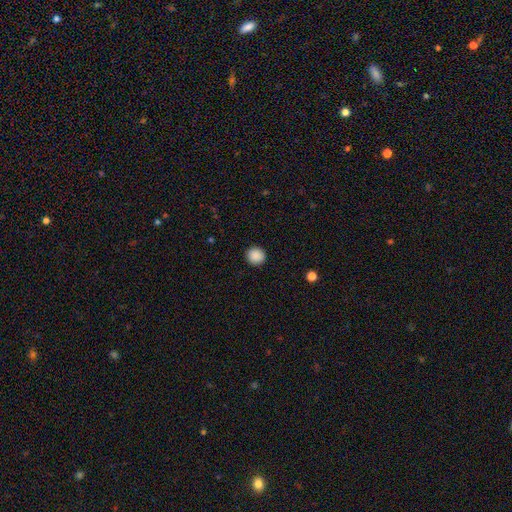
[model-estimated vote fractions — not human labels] Smooth or featured? smooth (89%)
How rounded? round (91%)
Merging? none (92%)